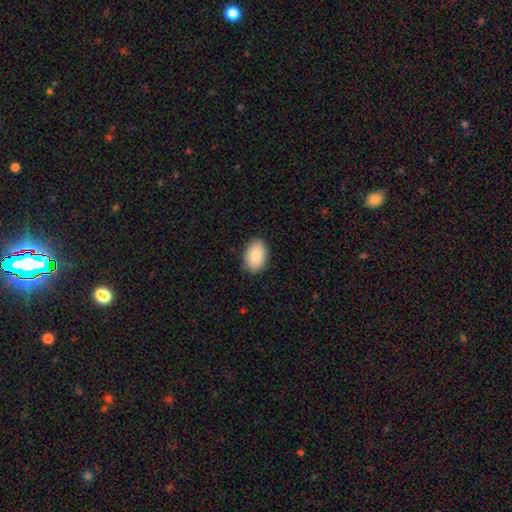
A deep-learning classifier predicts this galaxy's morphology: smooth 86%, featured or disk 7%, star or artifact 7%. Down the decision tree: how rounded — in between (89%); merging — none (87%).